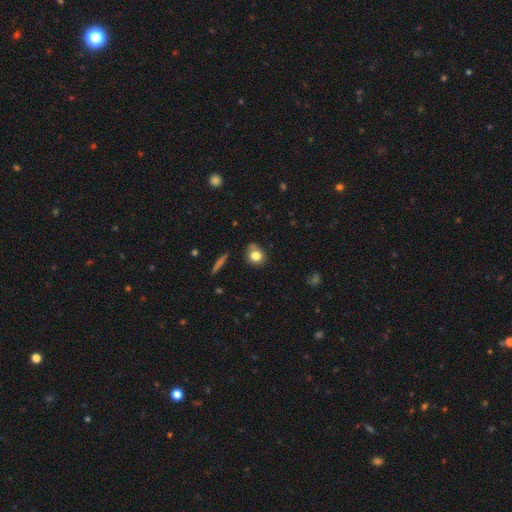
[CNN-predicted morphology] This appears to be a smooth galaxy with no disk features (79%) that is round (73%). Merging: none (72%).